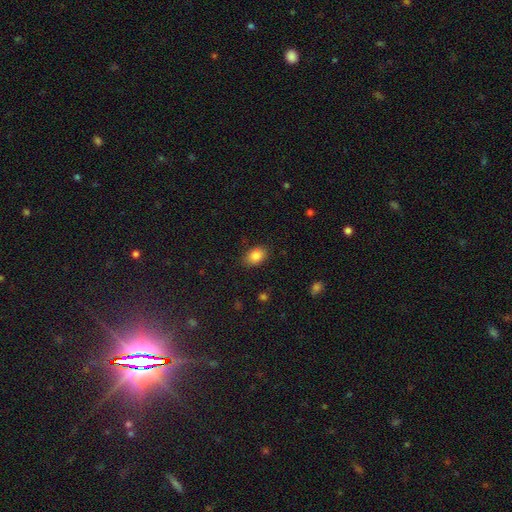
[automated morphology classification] A smooth galaxy with no disk features (85%) that is in between round and cigar-shaped (76%).

Vote fractions:
- Smooth or featured? smooth: 85% / star or artifact: 9% / featured or disk: 6%
- How rounded? in between: 76% / round: 23% / cigar-shaped: 1%
- Merging? none: 83% / minor disturbance: 13% / major disturbance: 3% / merger: 1%